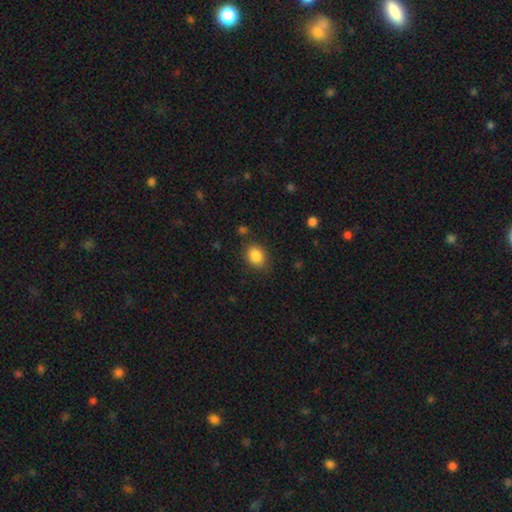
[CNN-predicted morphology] A smooth galaxy with no disk features (86%) that is round (52%). Merging: none (81%).